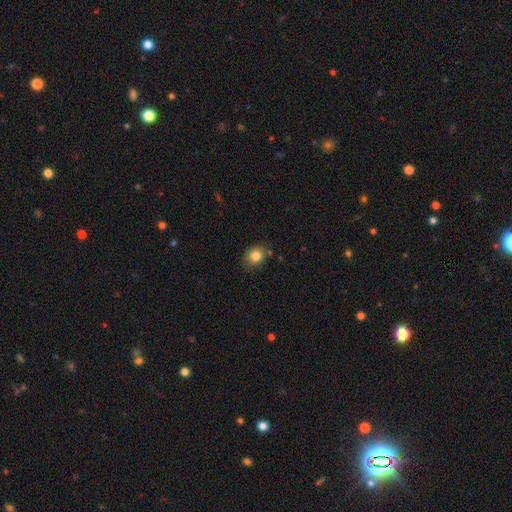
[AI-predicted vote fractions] Smooth or featured?
  - smooth: 82% *
  - star or artifact: 11%
  - featured or disk: 7%
How rounded?
  - round: 63% *
  - in between: 36%
  - cigar-shaped: 1%
Merging?
  - none: 79% *
  - minor disturbance: 15%
  - major disturbance: 3%
  - merger: 3%